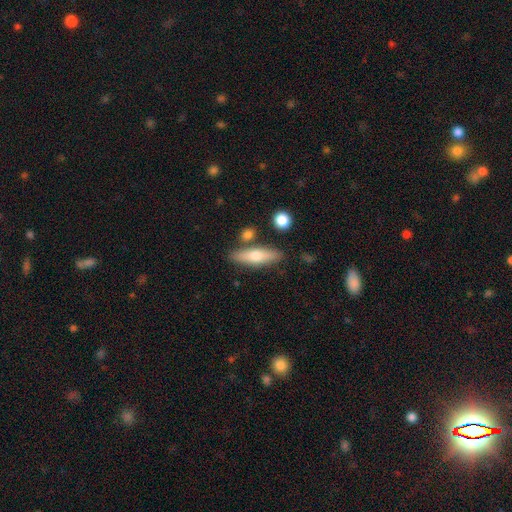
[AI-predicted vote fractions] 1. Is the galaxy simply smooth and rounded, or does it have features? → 58% smooth, 36% featured or disk, 6% star or artifact.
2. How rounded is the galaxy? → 63% cigar-shaped, 34% in between, 3% round.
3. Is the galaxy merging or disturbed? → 79% none, 11% minor disturbance, 7% merger, 3% major disturbance.